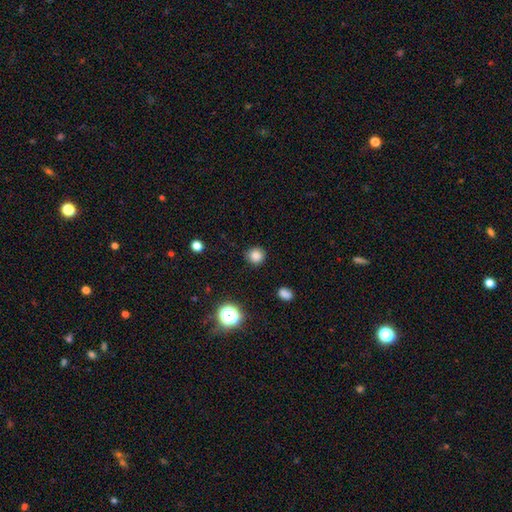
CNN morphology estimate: A smooth galaxy with no disk features (82%) that is round (91%). Merging: none (88%).